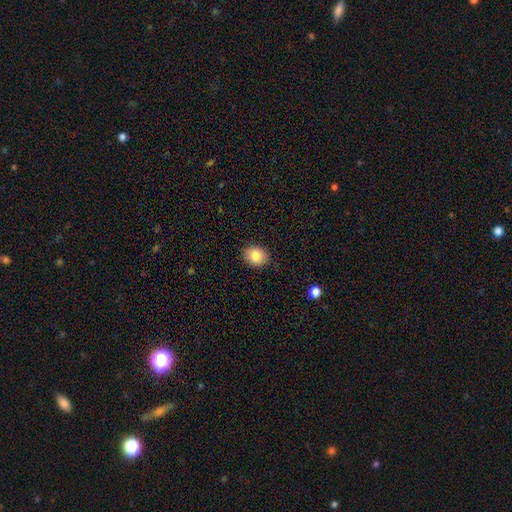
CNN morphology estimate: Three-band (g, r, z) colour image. It shows a smooth galaxy with no disk features (84%) that is round (56%). Merging: none (87%).